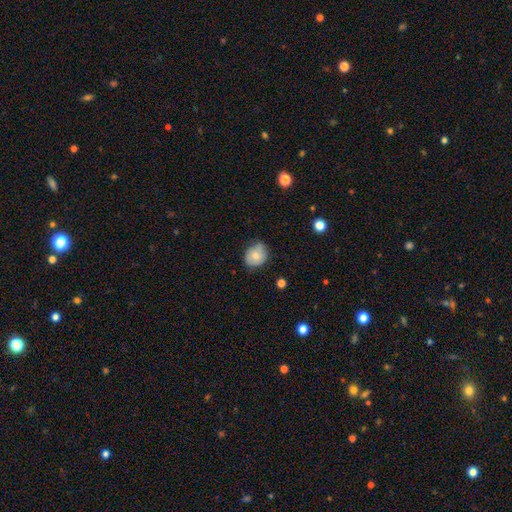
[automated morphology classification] Smooth or featured?
  - smooth: 70% *
  - featured or disk: 22%
  - star or artifact: 8%
How rounded?
  - round: 60% *
  - in between: 39%
  - cigar-shaped: 1%
Merging?
  - none: 65% *
  - minor disturbance: 29%
  - major disturbance: 5%
  - merger: 1%